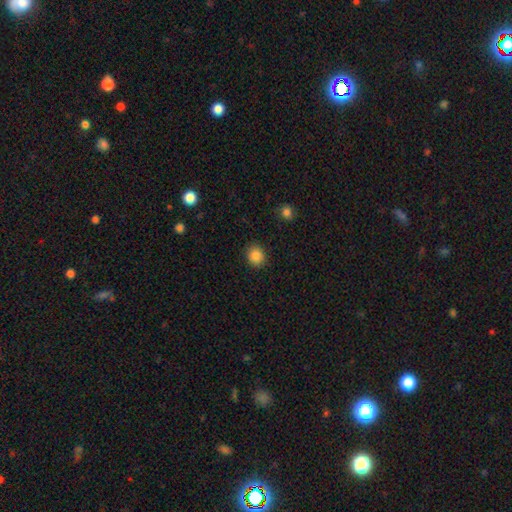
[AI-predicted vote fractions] This appears to be a smooth galaxy with no disk features (86%) that is round (73%). Merging: none (90%).